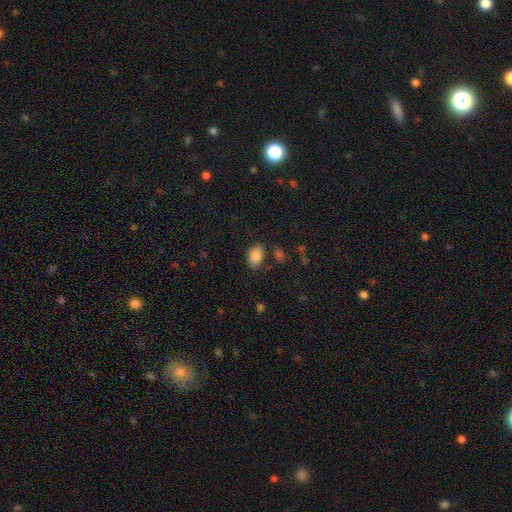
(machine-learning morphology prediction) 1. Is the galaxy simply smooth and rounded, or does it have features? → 86% smooth, 8% star or artifact, 5% featured or disk.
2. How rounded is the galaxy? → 84% in between, 14% round, 1% cigar-shaped.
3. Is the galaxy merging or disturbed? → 73% none, 17% minor disturbance, 5% merger, 5% major disturbance.